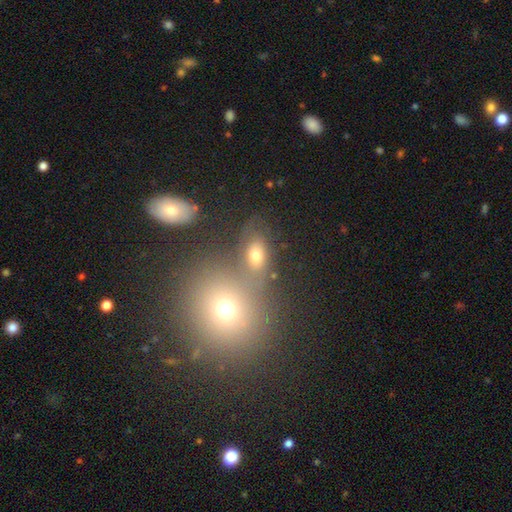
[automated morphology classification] A smooth galaxy with no disk features (59%) that is in between round and cigar-shaped (73%). Merging: none (49%).